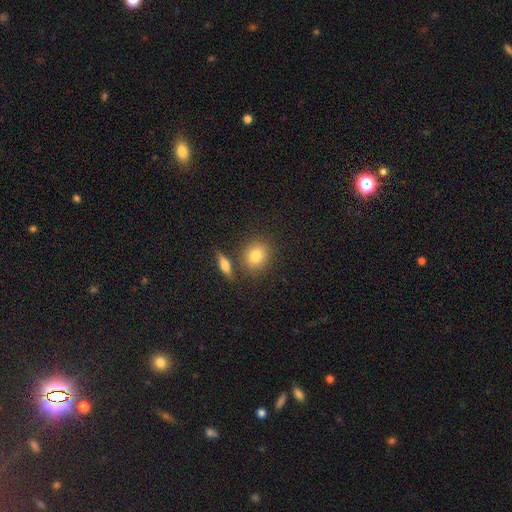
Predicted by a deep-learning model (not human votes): Smooth or featured? Predicted: smooth (p=0.80). How rounded? Predicted: round (p=0.73). Merging? Predicted: none (p=0.77).